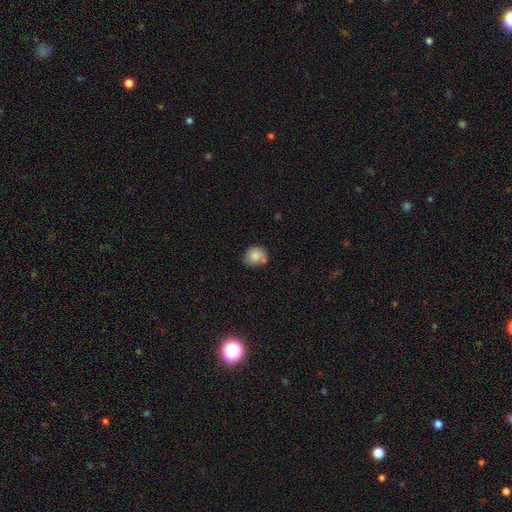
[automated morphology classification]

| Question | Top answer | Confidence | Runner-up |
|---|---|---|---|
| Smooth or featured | smooth | 82% | featured or disk (10%) |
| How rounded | round | 69% | in between (30%) |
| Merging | none | 60% | minor disturbance (22%) |